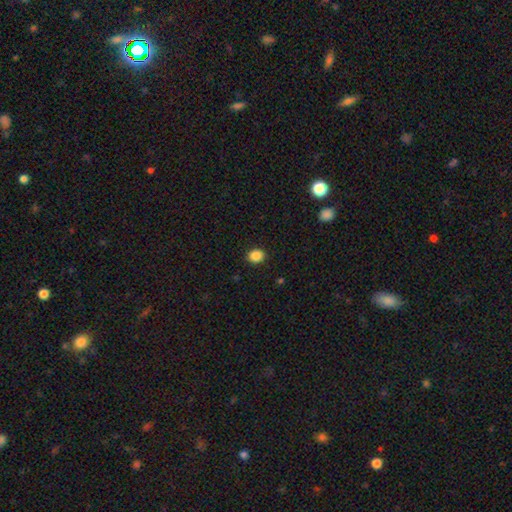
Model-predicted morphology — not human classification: A smooth galaxy with no disk features (87%) that is round (66%).

Vote fractions:
- Smooth or featured? smooth: 87% / star or artifact: 10% / featured or disk: 3%
- How rounded? round: 66% / in between: 33% / cigar-shaped: 1%
- Merging? none: 90% / minor disturbance: 7% / major disturbance: 2% / merger: 1%